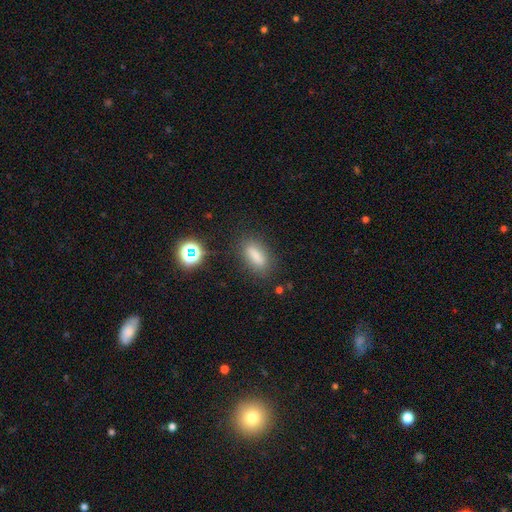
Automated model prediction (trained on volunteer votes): smooth_or_featured: smooth (p=0.78) [alt: star or artifact p=0.12]
how_rounded: in between (p=0.68) [alt: cigar-shaped p=0.27]
merging: none (p=0.81) [alt: minor disturbance p=0.12]